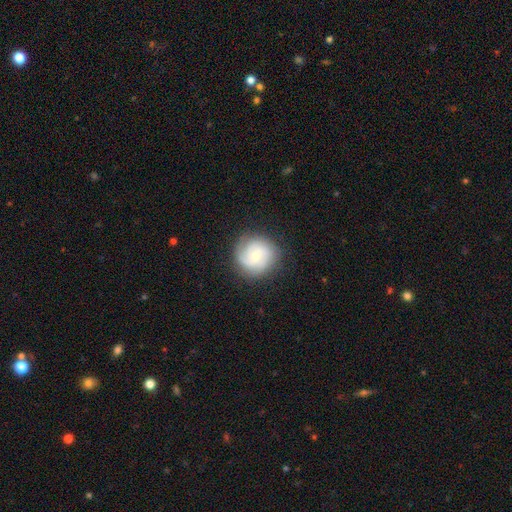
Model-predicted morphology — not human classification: type=featured or disk (60%); edge-on=no (98%); bar=no (48%); spiral arms=yes (91%); winding=tight (47%); arm count=2 (36%); bulge=small (55%); merging=none (81%).